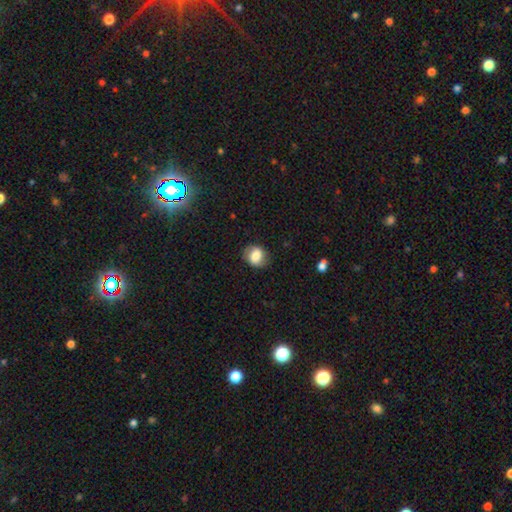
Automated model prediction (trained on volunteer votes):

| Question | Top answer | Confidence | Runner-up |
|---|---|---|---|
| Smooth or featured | smooth | 71% | featured or disk (21%) |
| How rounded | round | 53% | in between (46%) |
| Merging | none | 80% | minor disturbance (15%) |